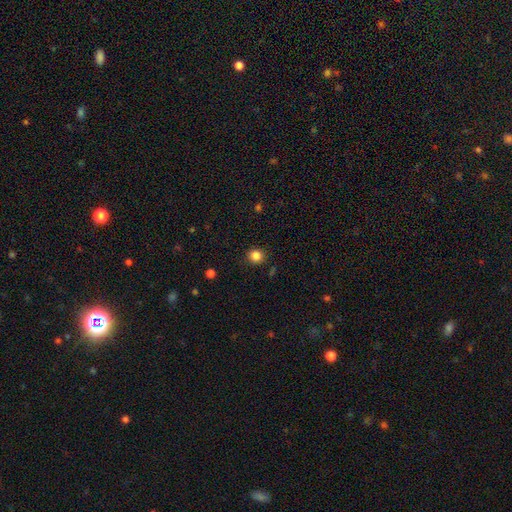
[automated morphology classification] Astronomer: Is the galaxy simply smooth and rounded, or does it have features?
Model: smooth — 84%.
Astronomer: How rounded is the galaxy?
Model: round — 89%.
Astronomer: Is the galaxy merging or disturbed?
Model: none — 90%.